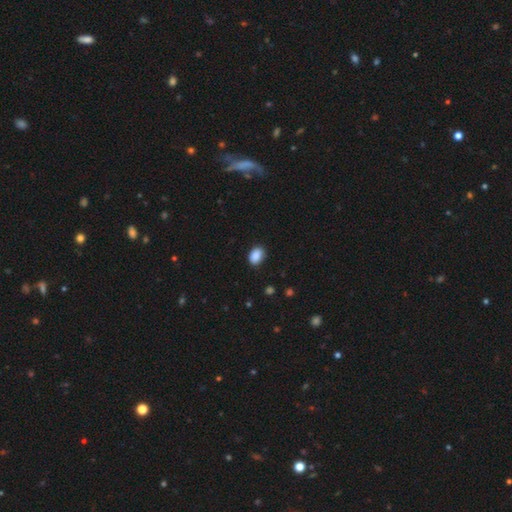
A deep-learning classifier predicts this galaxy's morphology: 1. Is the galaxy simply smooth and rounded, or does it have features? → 89% smooth, 8% star or artifact, 3% featured or disk.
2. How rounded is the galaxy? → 76% in between, 23% round, 1% cigar-shaped.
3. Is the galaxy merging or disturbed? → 86% none, 11% minor disturbance, 2% major disturbance, 1% merger.